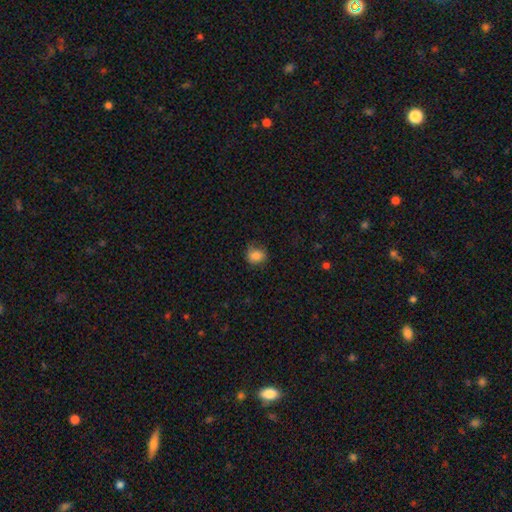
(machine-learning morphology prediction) The model was most divided on "how rounded": round: 68%, in between: 31%, cigar-shaped: 1%. More confident: smooth or featured — smooth (84%); merging — none (74%).